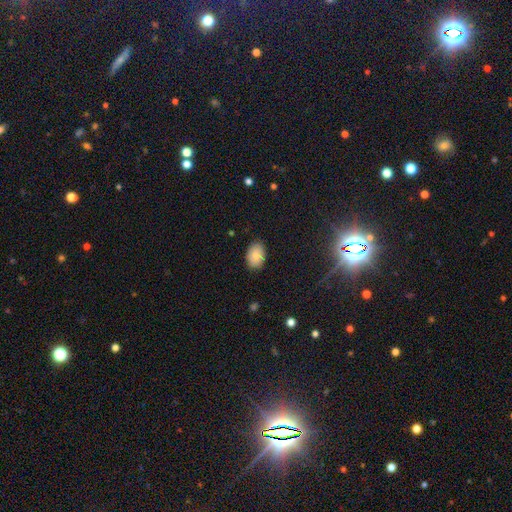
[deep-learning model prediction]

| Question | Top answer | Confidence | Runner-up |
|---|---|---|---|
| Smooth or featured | smooth | 83% | featured or disk (9%) |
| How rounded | in between | 85% | round (14%) |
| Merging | none | 85% | minor disturbance (12%) |